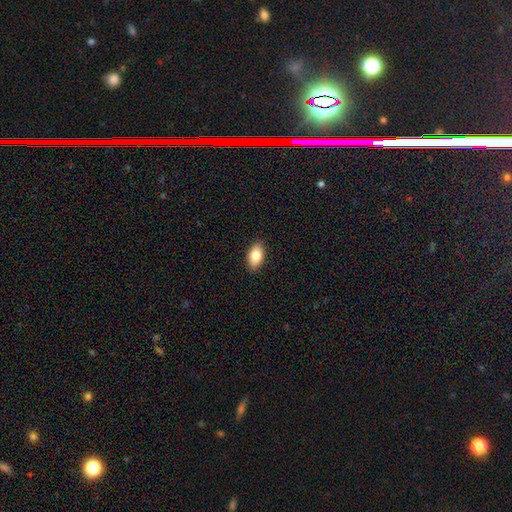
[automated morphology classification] Smooth or featured: smooth — 83% (featured or disk — 10%)
How rounded: in between — 92% (round — 6%)
Merging: none — 89% (minor disturbance — 8%)